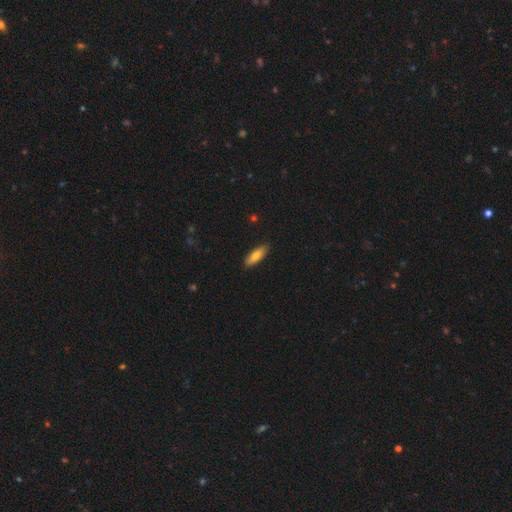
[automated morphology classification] Smooth or featured? Predicted: smooth (p=0.75). How rounded? Predicted: in between (p=0.58). Merging? Predicted: none (p=0.87).